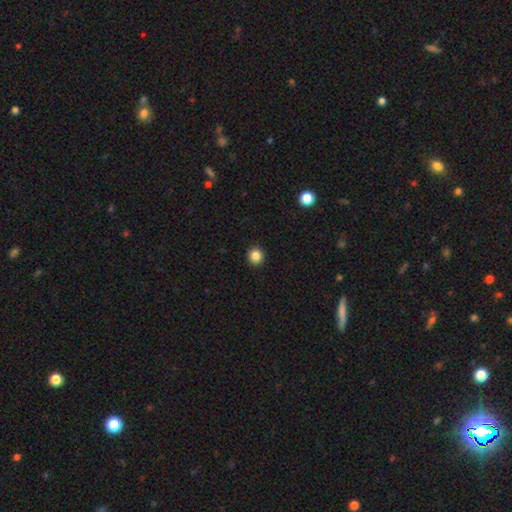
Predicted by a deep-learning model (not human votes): Smooth or featured? Predicted: smooth (p=0.85). How rounded? Predicted: round (p=0.90). Merging? Predicted: none (p=0.93).